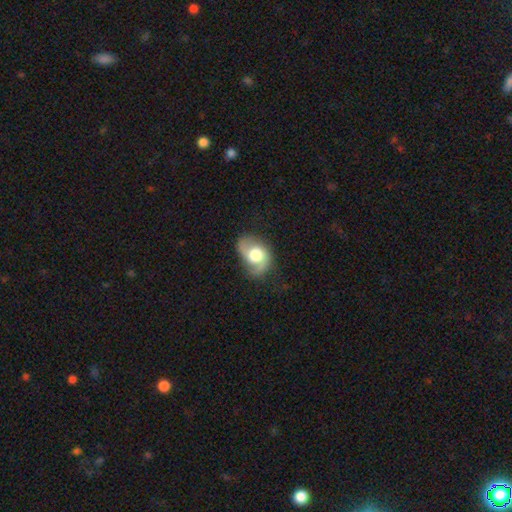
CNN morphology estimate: featured or disk 64%, smooth 29%, star or artifact 7%. Down the decision tree: edge-on disk — no (96%); bar — no (71%); spiral arms — yes (87%); spiral arm count — 2 (82%); spiral winding — medium (42%); bulge size — large (47%); merging — none (60%).